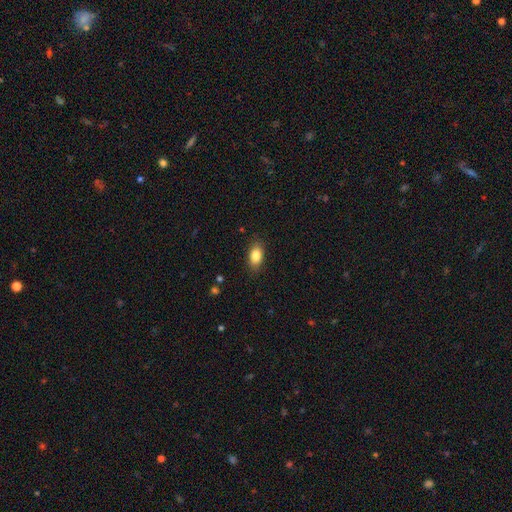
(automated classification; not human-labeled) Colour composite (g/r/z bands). It shows a smooth galaxy with no disk features (85%) that is in between round and cigar-shaped (88%). Merging: none (85%).